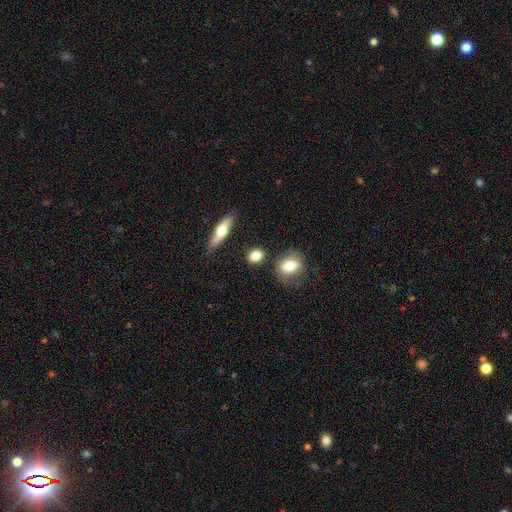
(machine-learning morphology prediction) Overall: smooth (80%). How rounded: round (47%; in between 45%). Merging: none (78%).